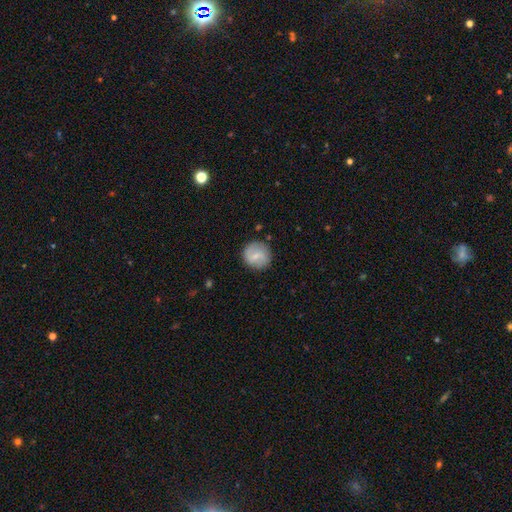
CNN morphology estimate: Smooth or featured? Predicted: smooth (p=0.52). How rounded? Predicted: round (p=0.91). Merging? Predicted: none (p=0.83).